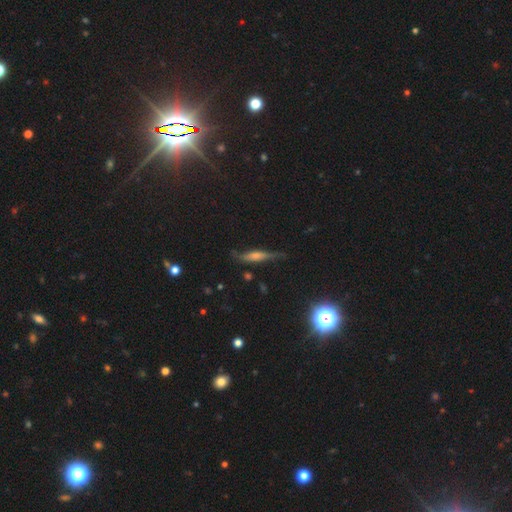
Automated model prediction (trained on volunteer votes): Overall: featured or disk (53%; smooth 32%). Edge-on disk: yes (87%). Merging: none (72%).